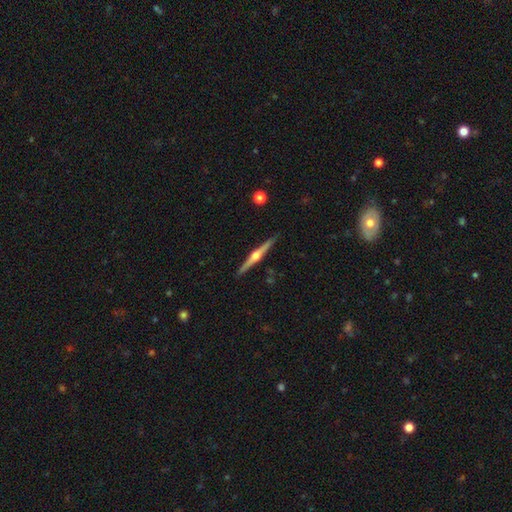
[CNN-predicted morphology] smooth_or_featured: featured or disk (p=0.82) [alt: smooth p=0.13]
disk_edge_on: yes (p=0.99) [alt: no p=0.01]
edge_on_bulge: rounded (p=0.95) [alt: boxy p=0.02]
merging: none (p=0.91) [alt: minor disturbance p=0.06]